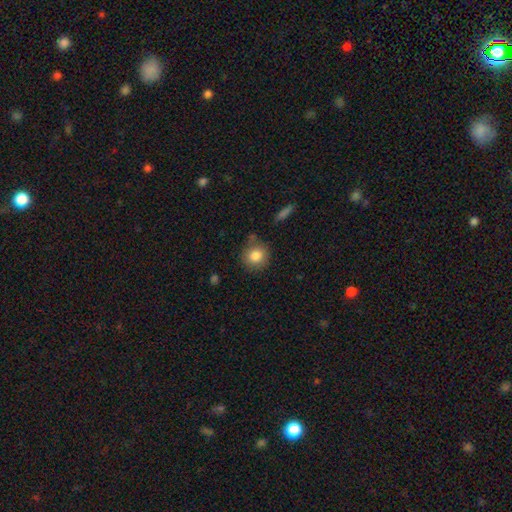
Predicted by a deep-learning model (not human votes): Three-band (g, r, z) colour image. It shows a smooth galaxy with no disk features (83%) that is round (88%). Merging: none (79%).